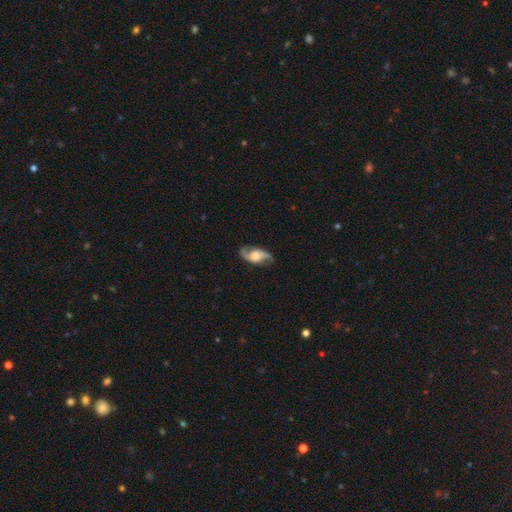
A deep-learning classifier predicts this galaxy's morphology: Smooth or featured? Predicted: featured or disk (p=0.82). Edge-on disk? Predicted: no (p=0.94). Bar? Predicted: no (p=0.57). Spiral arms? Predicted: yes (p=0.95). Spiral winding? Predicted: loose (p=0.53). Spiral arm count? Predicted: 2 (p=0.92). Bulge size? Predicted: moderate (p=0.50). Merging? Predicted: none (p=0.81).